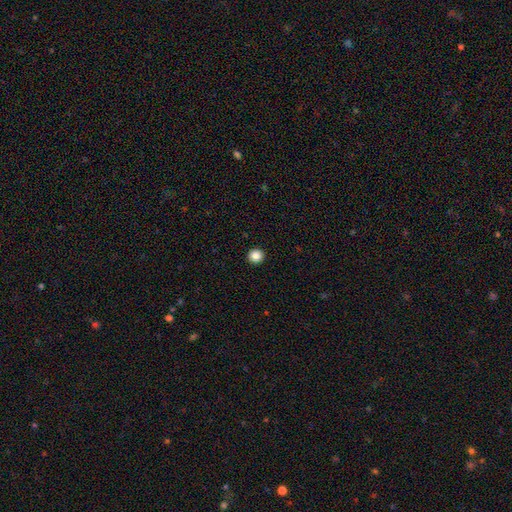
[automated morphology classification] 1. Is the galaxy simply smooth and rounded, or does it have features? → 86% smooth, 10% star or artifact, 4% featured or disk.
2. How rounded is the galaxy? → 92% round, 7% in between, 1% cigar-shaped.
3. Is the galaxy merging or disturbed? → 94% none, 4% minor disturbance, 1% major disturbance, 1% merger.